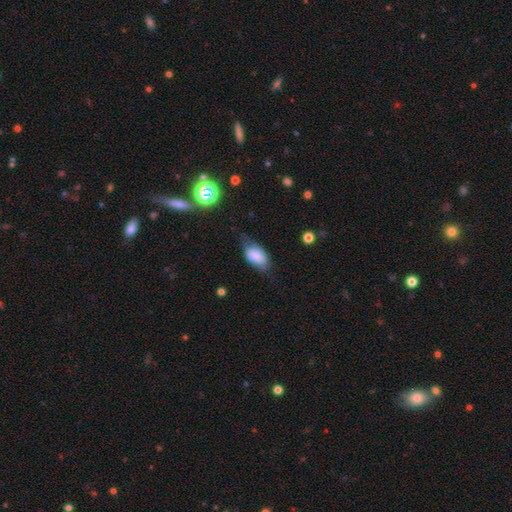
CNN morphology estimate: smooth_or_featured: smooth (p=0.72) [alt: featured or disk p=0.19]
how_rounded: in between (p=0.91) [alt: round p=0.06]
merging: none (p=0.48) [alt: minor disturbance p=0.35]